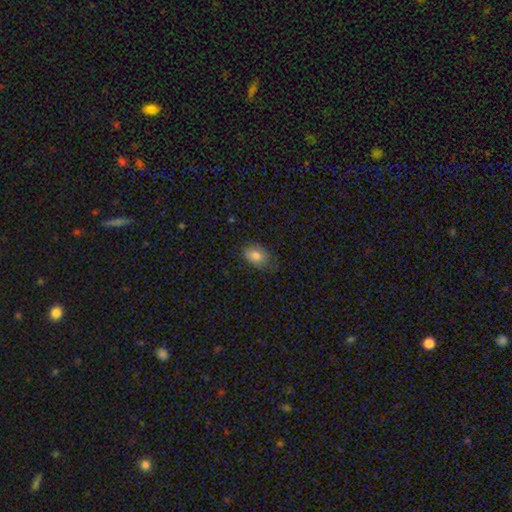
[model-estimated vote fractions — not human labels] smooth 80%, featured or disk 12%, star or artifact 8%. Down the decision tree: how rounded — in between (80%); merging — none (66%).